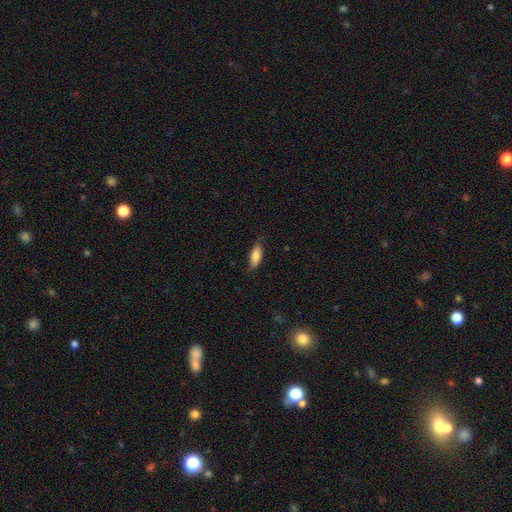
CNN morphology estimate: type=smooth (81%); roundness=in between (68%); merging=none (77%).